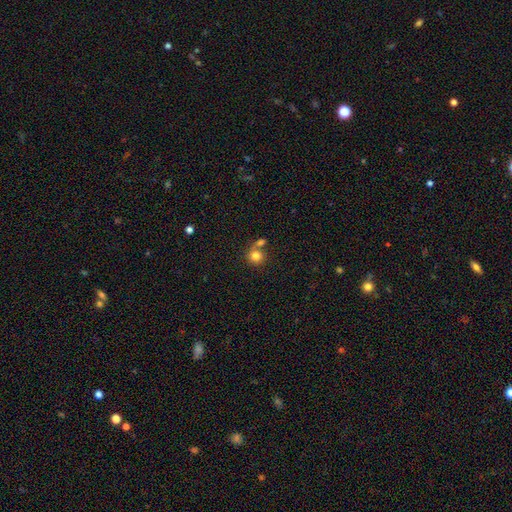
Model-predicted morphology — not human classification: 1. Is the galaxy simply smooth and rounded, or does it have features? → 81% smooth, 11% star or artifact, 8% featured or disk.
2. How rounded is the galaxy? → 88% round, 11% in between, 1% cigar-shaped.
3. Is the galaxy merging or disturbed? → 55% none, 33% merger, 9% minor disturbance, 4% major disturbance.